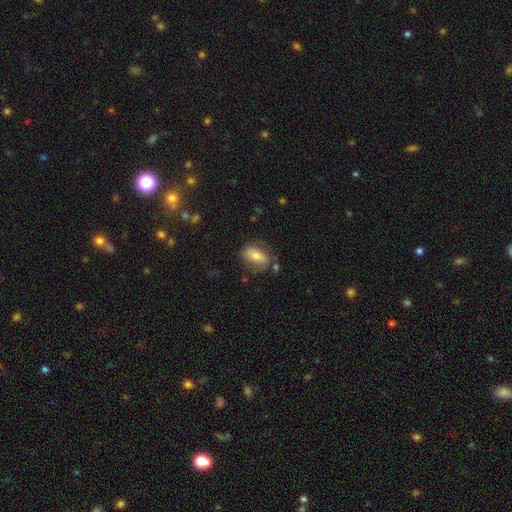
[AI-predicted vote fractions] Smooth or featured? smooth (65%)
How rounded? in between (83%)
Merging? none (64%)